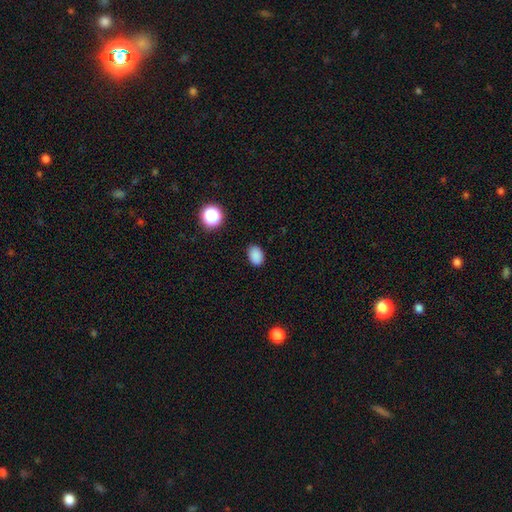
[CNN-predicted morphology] Q: Smooth or featured?
A: smooth (86%); runner-up: star or artifact (11%)
Q: How rounded?
A: in between (81%); runner-up: round (18%)
Q: Merging?
A: none (87%); runner-up: minor disturbance (10%)